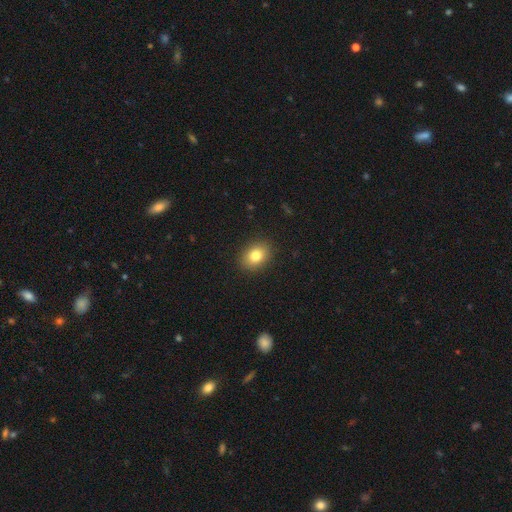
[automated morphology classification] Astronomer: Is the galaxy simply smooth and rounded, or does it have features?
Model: smooth — 81%.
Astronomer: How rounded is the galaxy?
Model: in between — 67%.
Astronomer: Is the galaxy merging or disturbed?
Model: none — 89%.